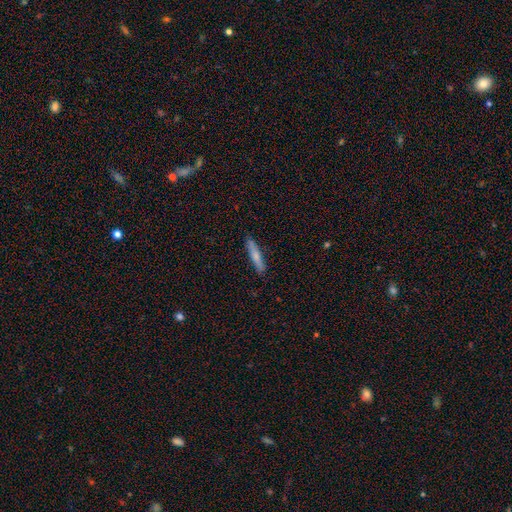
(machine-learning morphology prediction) Smooth or featured? Predicted: smooth (p=0.68). How rounded? Predicted: cigar-shaped (p=0.90). Merging? Predicted: none (p=0.87).